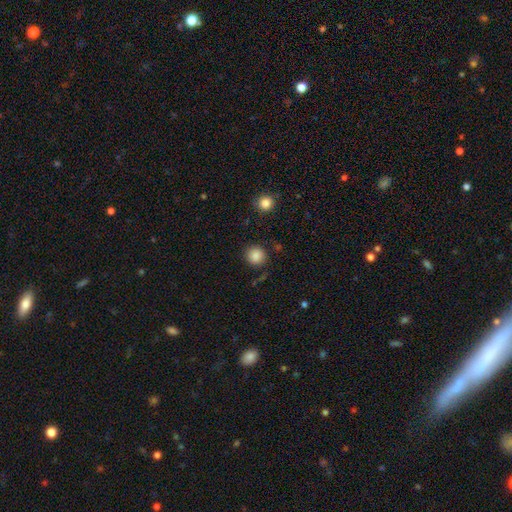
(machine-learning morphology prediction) Smooth or featured?
  - smooth: 86% *
  - star or artifact: 10%
  - featured or disk: 4%
How rounded?
  - round: 93% *
  - in between: 6%
  - cigar-shaped: 1%
Merging?
  - none: 87% *
  - minor disturbance: 8%
  - major disturbance: 3%
  - merger: 2%